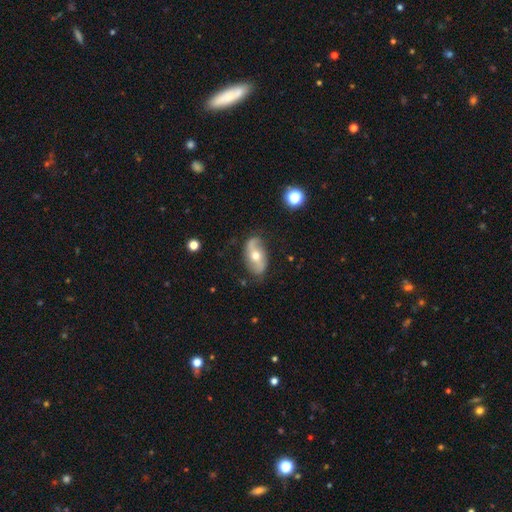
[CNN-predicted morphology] Smooth or featured? Predicted: featured or disk (p=0.67). Edge-on disk? Predicted: no (p=0.90). Bar? Predicted: no (p=0.51). Spiral arms? Predicted: yes (p=0.78). Bulge size? Predicted: moderate (p=0.70). Merging? Predicted: none (p=0.73).